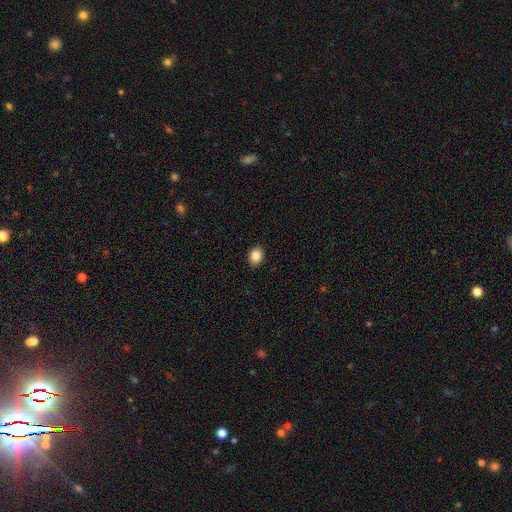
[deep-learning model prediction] Smooth or featured? smooth (87%)
How rounded? in between (65%)
Merging? none (90%)